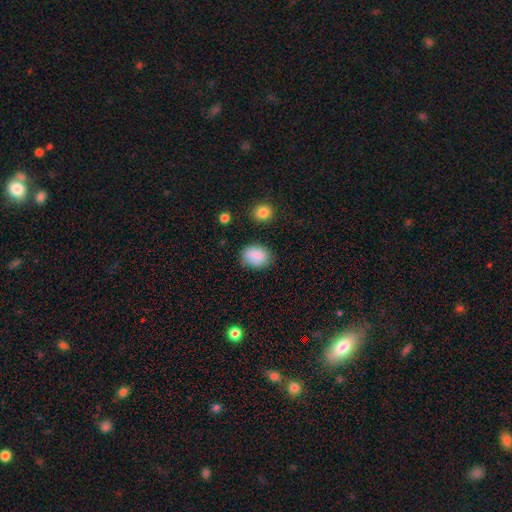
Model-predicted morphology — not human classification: smooth 85%, star or artifact 9%, featured or disk 6%. Down the decision tree: how rounded — in between (67%); merging — none (75%).